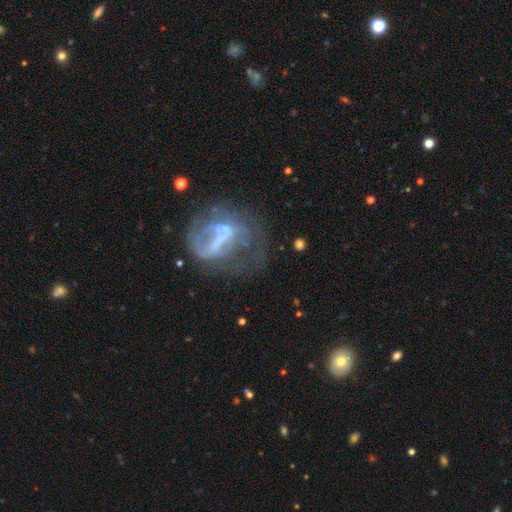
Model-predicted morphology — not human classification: smooth-or-featured: featured or disk: 67% | smooth: 18% | star or artifact: 15%
  disk-edge-on: no: 93% | yes: 7%
    bar: strong: 41% | weak: 33% | no: 26%
    has-spiral-arms: yes: 56% | no: 44%
    bulge-size: none: 39% | small: 36% | moderate: 20% | large: 4% | dominant: 2%
  merging: none: 44% | major disturbance: 31% | minor disturbance: 19% | merger: 6%